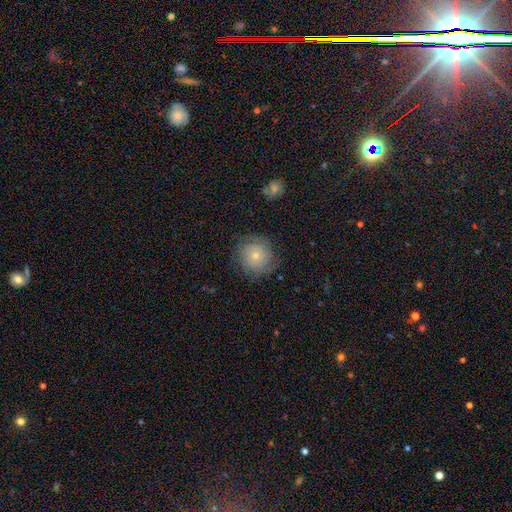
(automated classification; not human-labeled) Overall: smooth (59%; featured or disk 32%). How rounded: round (92%). Merging: none (75%).